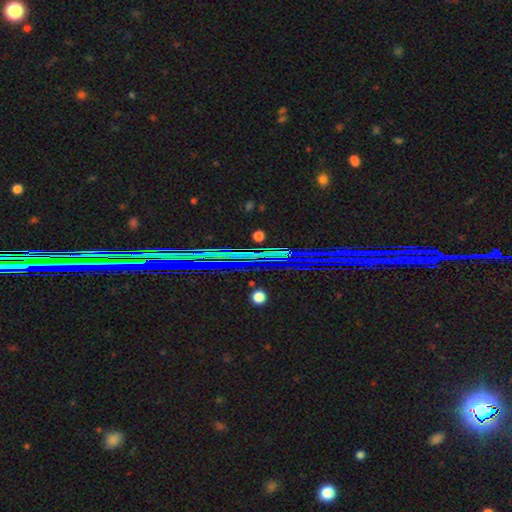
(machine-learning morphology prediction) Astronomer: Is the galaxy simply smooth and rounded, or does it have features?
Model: star or artifact — 85%.